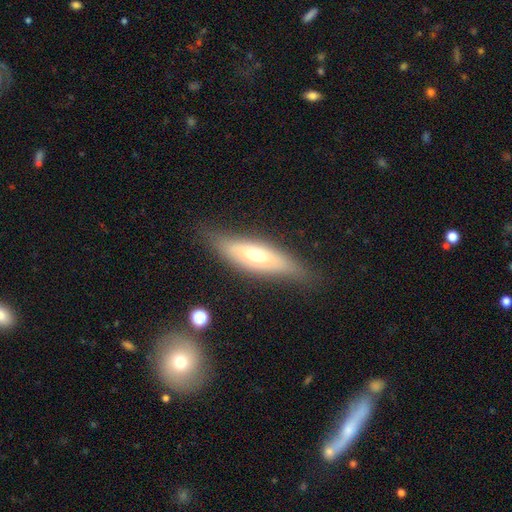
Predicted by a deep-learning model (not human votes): smooth-or-featured: smooth: 47% | featured or disk: 45% | star or artifact: 8%
  merging: none: 74% | minor disturbance: 18% | major disturbance: 5% | merger: 2%